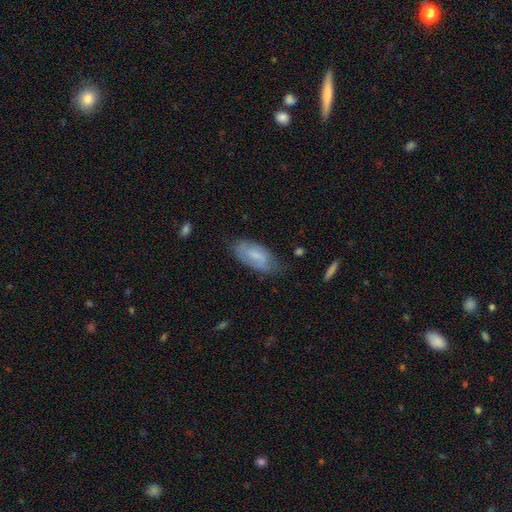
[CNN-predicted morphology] Q: Smooth or featured?
A: smooth (63%); runner-up: featured or disk (30%)
Q: How rounded?
A: in between (88%); runner-up: cigar-shaped (9%)
Q: Merging?
A: none (64%); runner-up: minor disturbance (27%)